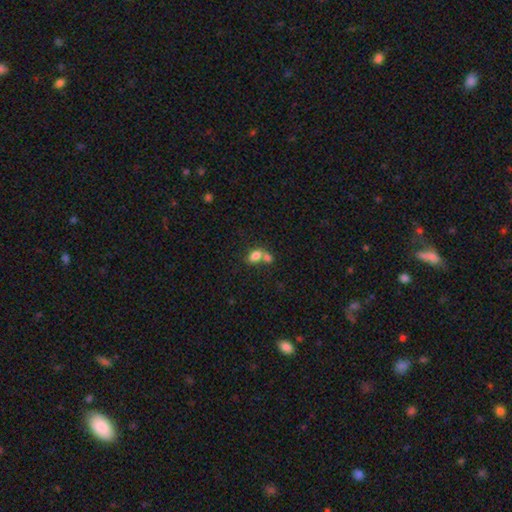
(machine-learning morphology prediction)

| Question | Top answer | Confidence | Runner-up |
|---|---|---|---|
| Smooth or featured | smooth | 78% | featured or disk (12%) |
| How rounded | in between | 75% | round (24%) |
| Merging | merger | 58% | none (29%) |